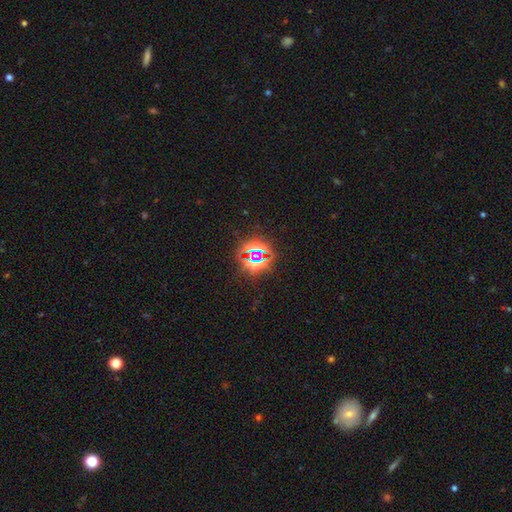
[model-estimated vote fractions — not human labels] This is likely a star or artifact rather than a galaxy (75%).